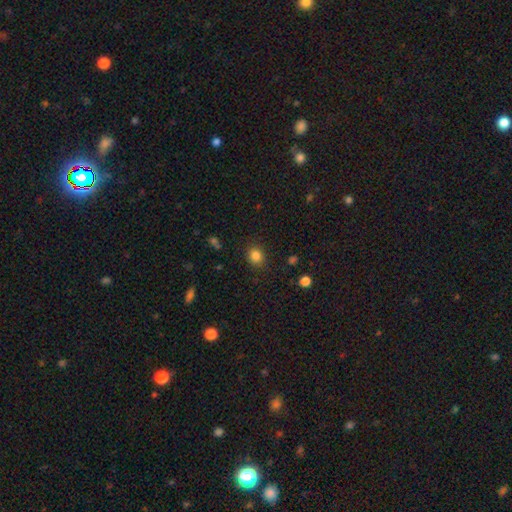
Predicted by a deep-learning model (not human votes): This appears to be a smooth galaxy with no disk features (84%) that is round (73%). Merging: none (87%).